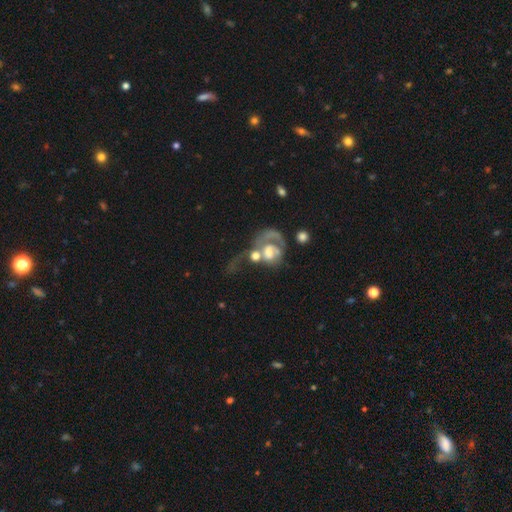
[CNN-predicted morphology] smooth_or_featured: featured or disk (p=0.64) [alt: smooth p=0.24]
disk_edge_on: no (p=0.96) [alt: yes p=0.04]
bar: no (p=0.73) [alt: weak p=0.21]
has_spiral_arms: yes (p=0.63) [alt: no p=0.37]
bulge_size: moderate (p=0.52) [alt: small p=0.21]
merging: merger (p=0.48) [alt: major disturbance p=0.24]